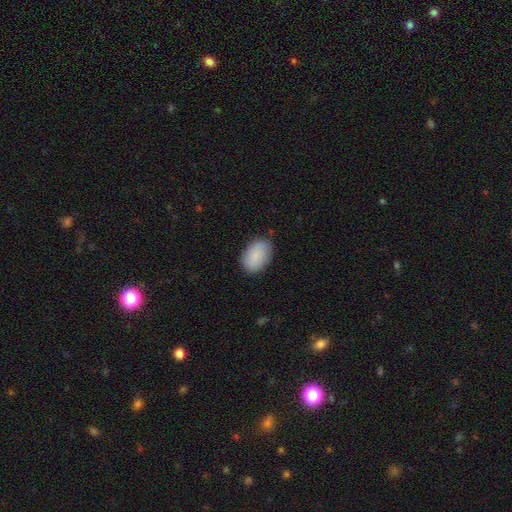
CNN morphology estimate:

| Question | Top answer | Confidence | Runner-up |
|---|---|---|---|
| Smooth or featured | smooth | 85% | featured or disk (9%) |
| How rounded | in between | 85% | round (14%) |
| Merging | none | 80% | minor disturbance (16%) |